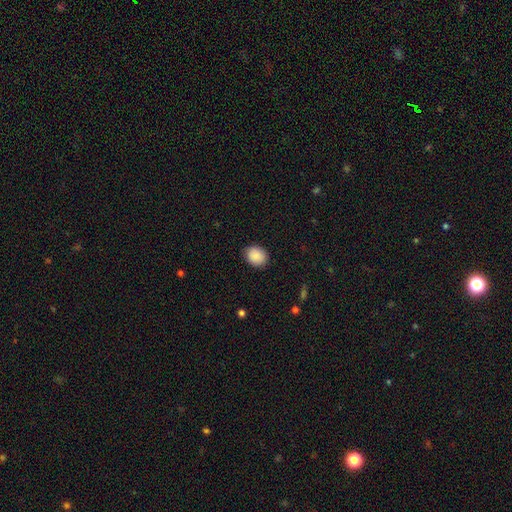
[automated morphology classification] This appears to be a smooth galaxy with no disk features (89%) that is round (55%). Merging: none (88%).